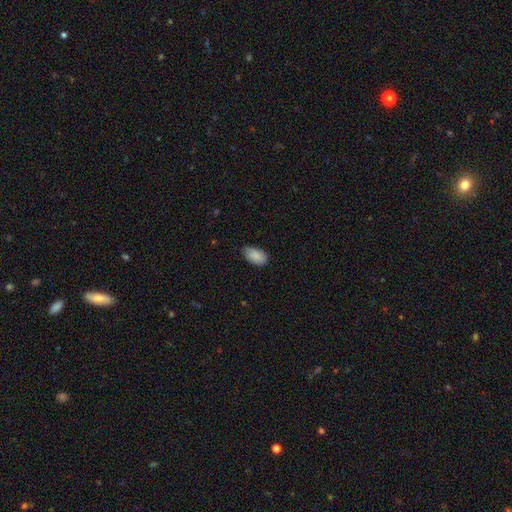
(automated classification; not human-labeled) Q: Smooth or featured?
A: smooth (88%); runner-up: star or artifact (7%)
Q: How rounded?
A: in between (94%); runner-up: round (4%)
Q: Merging?
A: none (71%); runner-up: minor disturbance (25%)